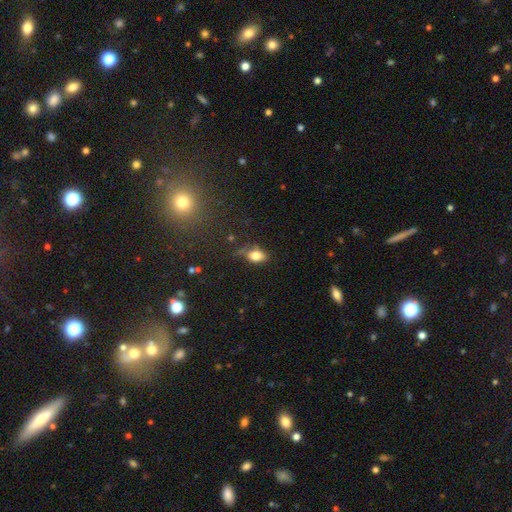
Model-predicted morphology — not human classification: This is likely a smooth galaxy (80%). How rounded: likely in between (80%). Merging: possibly none (58%).